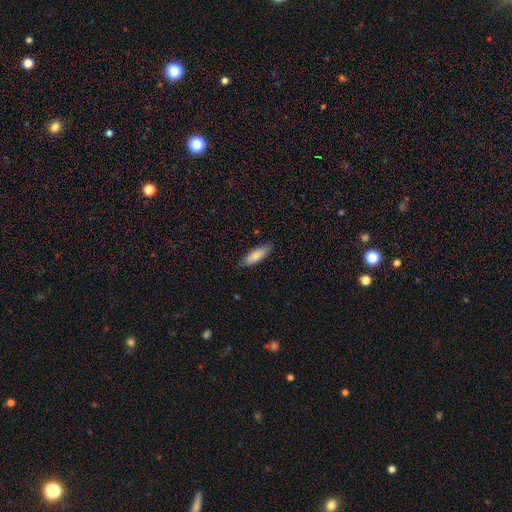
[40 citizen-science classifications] Smooth or featured?
  - smooth: 90% *
  - featured or disk: 5%
  - star or artifact: 5%
How rounded?
  - cigar-shaped: 56% *
  - in between: 44%
  - round: 0%
Merging?
  - none: 89% *
  - minor disturbance: 8%
  - major disturbance: 3%
  - merger: 0%